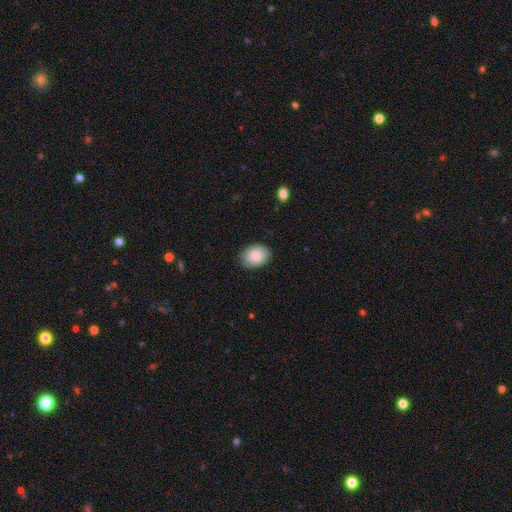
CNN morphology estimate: type=smooth (85%); roundness=in between (72%); merging=none (84%).